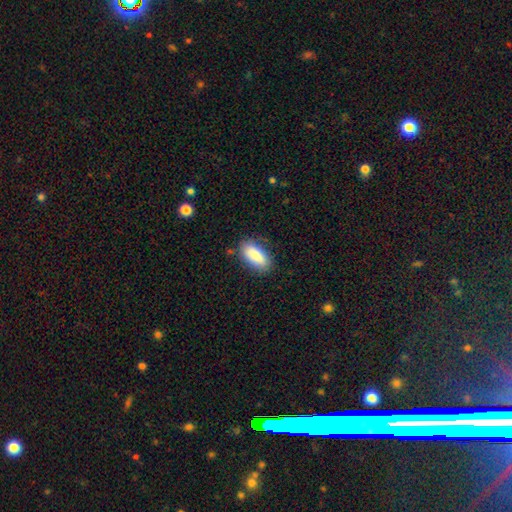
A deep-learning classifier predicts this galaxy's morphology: Q: Smooth or featured?
A: smooth (86%); runner-up: featured or disk (8%)
Q: How rounded?
A: in between (88%); runner-up: cigar-shaped (9%)
Q: Merging?
A: none (81%); runner-up: minor disturbance (14%)